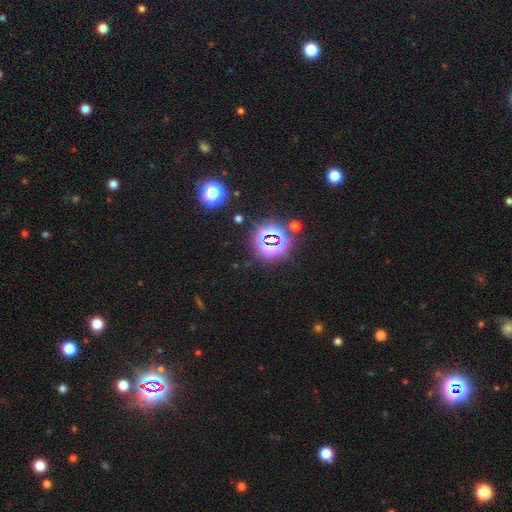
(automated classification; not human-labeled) This is likely a star or artifact rather than a galaxy (78%).